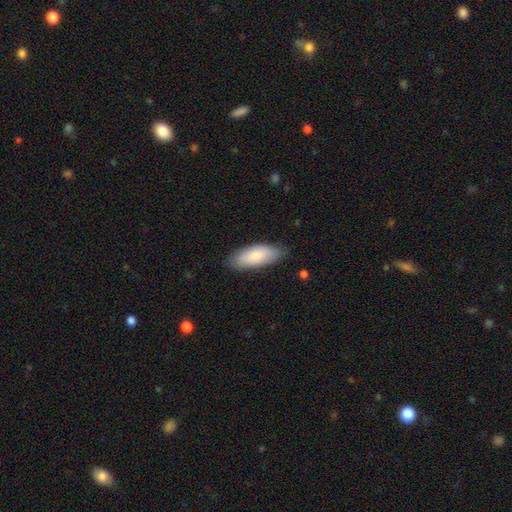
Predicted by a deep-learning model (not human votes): smooth-or-featured: smooth: 81% | featured or disk: 14% | star or artifact: 5%
  how-rounded: in between: 79% | cigar-shaped: 20% | round: 2%
  merging: none: 81% | minor disturbance: 15% | major disturbance: 3% | merger: 1%